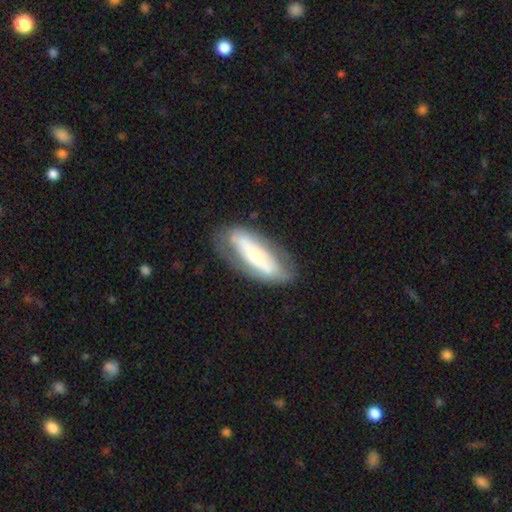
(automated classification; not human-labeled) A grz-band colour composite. It shows a featured or disk galaxy (62%). Merging: none (71%).